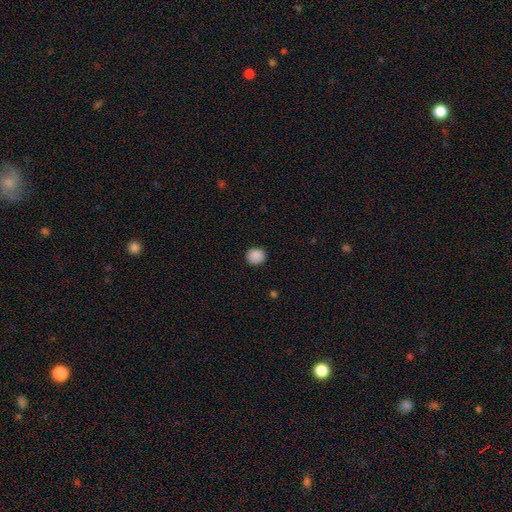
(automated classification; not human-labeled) The model was most divided on "how rounded": round: 82%, in between: 17%, cigar-shaped: 1%. More confident: merging — none (90%); smooth or featured — smooth (89%).